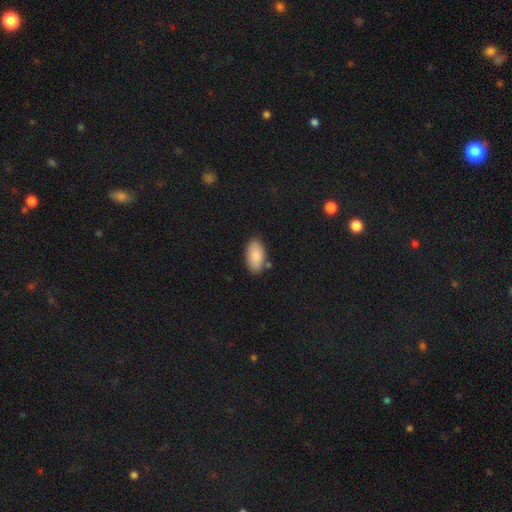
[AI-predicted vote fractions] Morphology: type=smooth (88%); roundness=in between (95%); merging=none (80%).